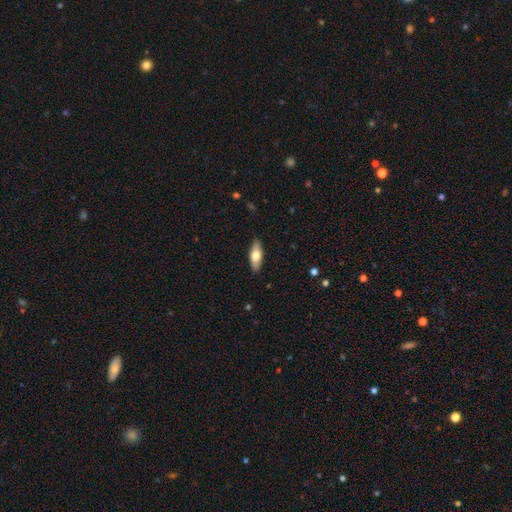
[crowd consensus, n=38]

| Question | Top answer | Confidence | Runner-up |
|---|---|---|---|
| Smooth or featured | smooth | 71% | featured or disk (24%) |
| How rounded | in between | 52% | cigar-shaped (44%) |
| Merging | none | 92% | minor disturbance (6%) |